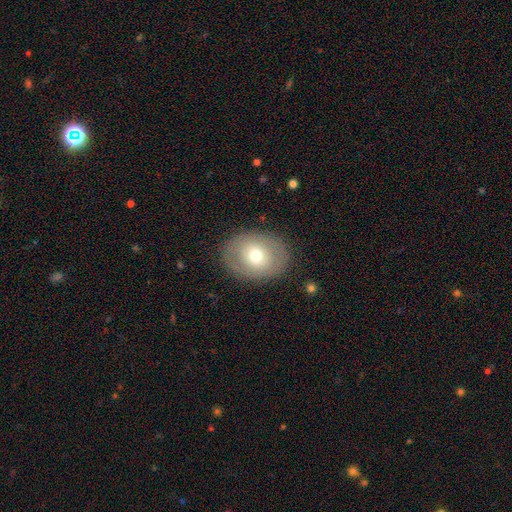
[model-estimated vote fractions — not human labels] Smooth or featured?
  - smooth: 61% *
  - featured or disk: 31%
  - star or artifact: 8%
How rounded?
  - in between: 62% *
  - round: 37%
  - cigar-shaped: 1%
Merging?
  - none: 85% *
  - minor disturbance: 10%
  - major disturbance: 4%
  - merger: 1%